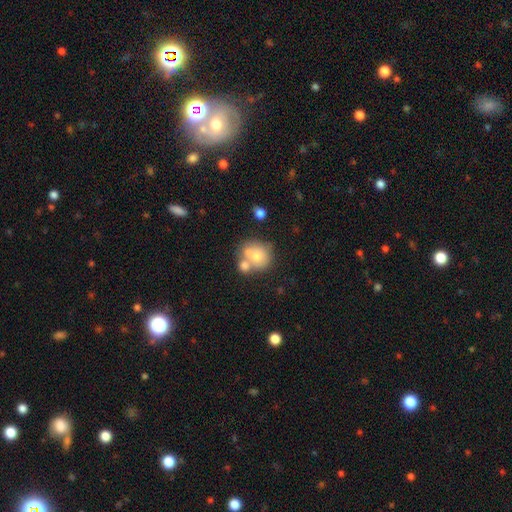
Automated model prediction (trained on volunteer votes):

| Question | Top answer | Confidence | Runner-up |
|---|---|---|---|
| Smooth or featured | smooth | 67% | featured or disk (25%) |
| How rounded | round | 78% | in between (21%) |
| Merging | merger | 46% | none (37%) |